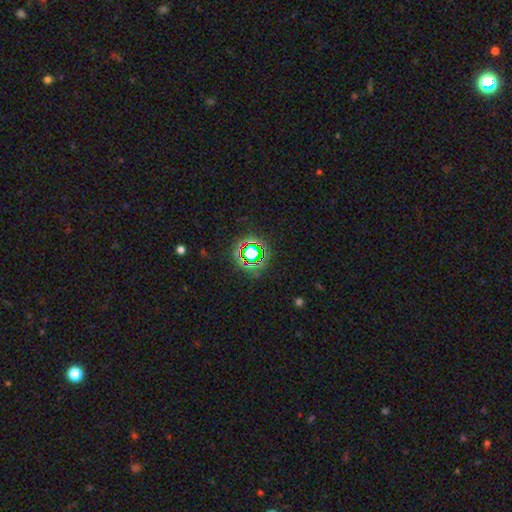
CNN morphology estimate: This appears to be a star or artifact, not a galaxy (71%).